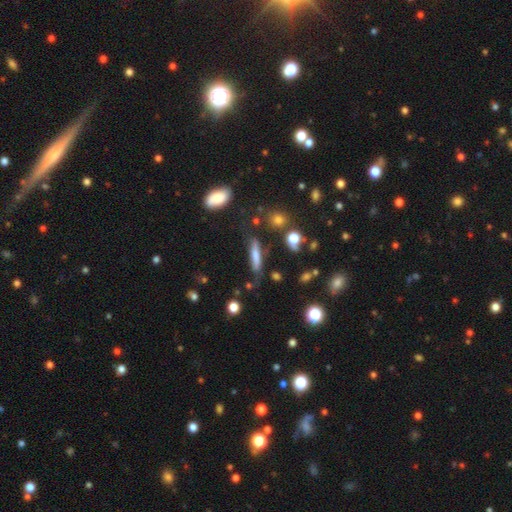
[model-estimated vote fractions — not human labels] This is likely a smooth galaxy (62%). How rounded: clearly cigar-shaped (81%). Merging: likely none (60%).